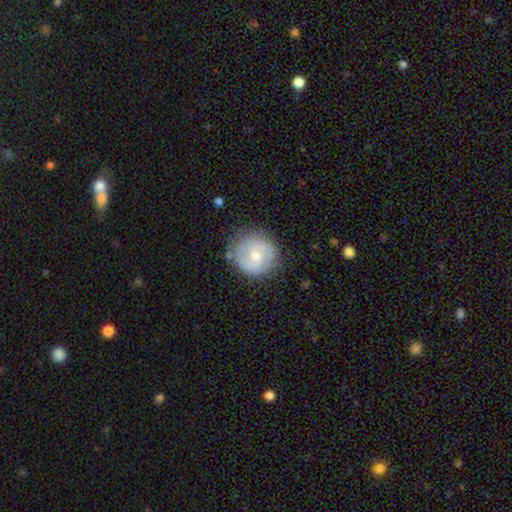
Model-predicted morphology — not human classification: A featured or disk galaxy (71%) with a weak bar (50%), 2 (84%) medium (45%) spiral arms (91%) and a moderate central bulge (49%).

Vote fractions:
- Smooth or featured? featured or disk: 71% / smooth: 23% / star or artifact: 5%
- Edge-on disk? no: 98% / yes: 2%
- Bar? weak: 50% / no: 41% / strong: 9%
- Spiral arms? yes: 91% / no: 9%
- Spiral winding? medium: 45% / tight: 41% / loose: 14%
- Spiral arm count? 2: 84% / can't tell: 8% / 1: 3% / 3: 3% / 4: 1% / more than 4: 1%
- Bulge size? moderate: 49% / small: 46% / large: 2% / none: 2% / dominant: 1%
- Merging? none: 82% / minor disturbance: 13% / major disturbance: 4% / merger: 2%